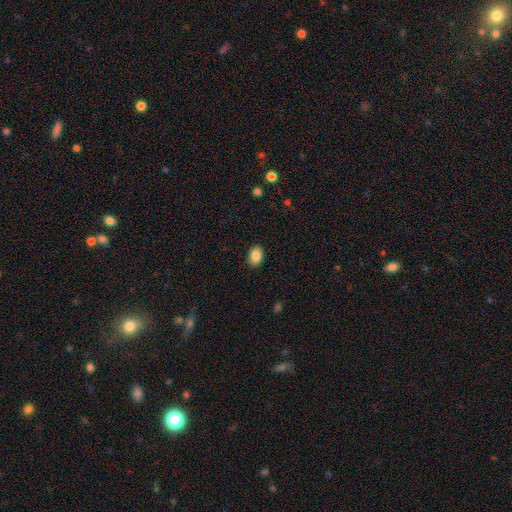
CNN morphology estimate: Smooth or featured? smooth (86%)
How rounded? in between (77%)
Merging? none (88%)